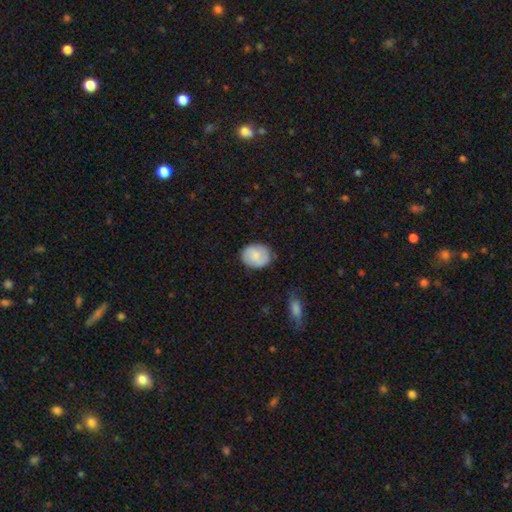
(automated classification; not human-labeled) Smooth or featured? Predicted: smooth (p=0.70). How rounded? Predicted: round (p=0.54). Merging? Predicted: none (p=0.77).